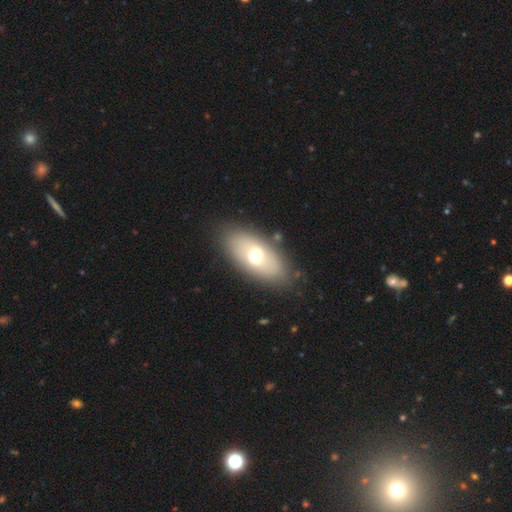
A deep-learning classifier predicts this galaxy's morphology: type=smooth (61%); roundness=in between (87%); merging=none (84%).